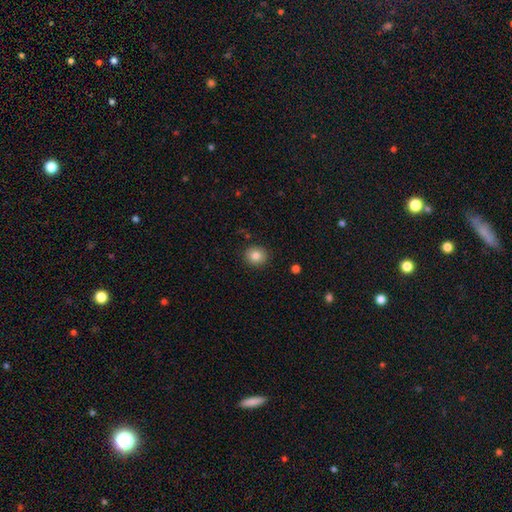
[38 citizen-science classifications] Volunteers were most divided on "merging": none: 83%, minor disturbance: 17%, major disturbance: 0%, merger: 0%. More confident: how rounded — round (94%); smooth or featured — smooth (87%).